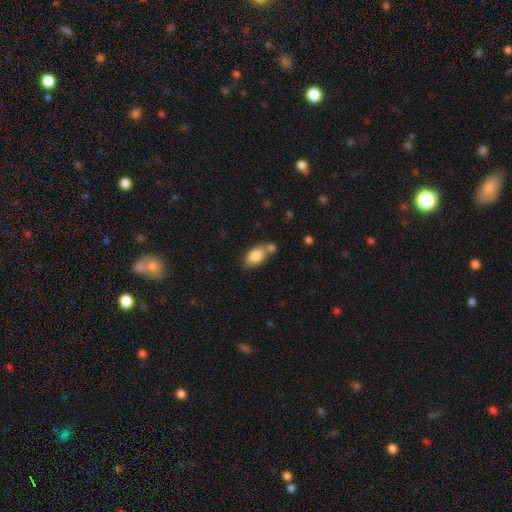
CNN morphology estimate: Smooth or featured? Predicted: smooth (p=0.83). How rounded? Predicted: in between (p=0.87). Merging? Predicted: none (p=0.49).